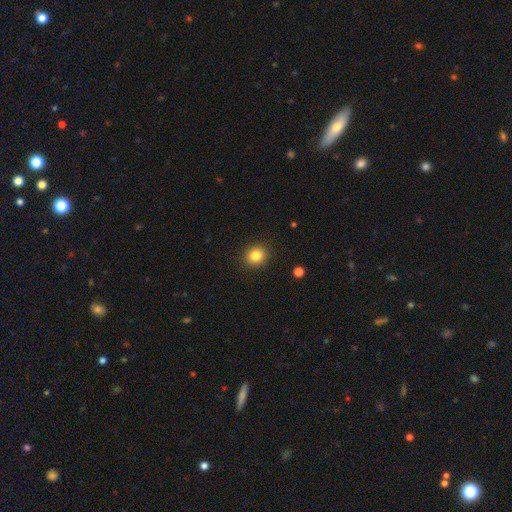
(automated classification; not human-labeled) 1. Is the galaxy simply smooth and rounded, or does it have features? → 83% smooth, 11% star or artifact, 6% featured or disk.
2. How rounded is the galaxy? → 81% round, 18% in between, 1% cigar-shaped.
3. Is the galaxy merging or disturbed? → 91% none, 6% minor disturbance, 2% major disturbance, 1% merger.